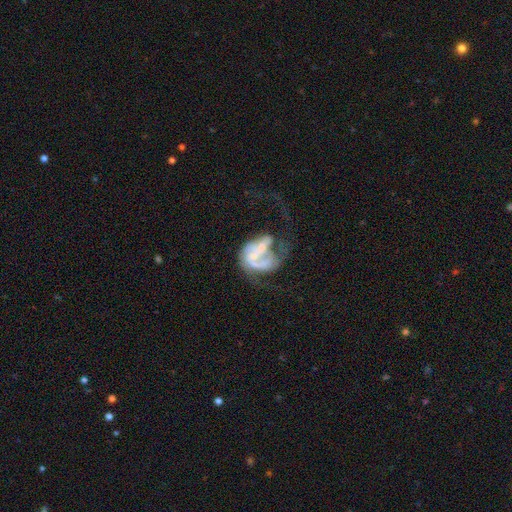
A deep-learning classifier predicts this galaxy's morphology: Q: Smooth or featured?
A: featured or disk (67%); runner-up: smooth (23%)
Q: Edge-on disk?
A: no (98%); runner-up: yes (2%)
Q: Bar?
A: no (74%); runner-up: weak (20%)
Q: Spiral arms?
A: no (52%); runner-up: yes (48%)
Q: Bulge size?
A: small (43%); runner-up: moderate (28%)
Q: Merging?
A: merger (43%); runner-up: major disturbance (33%)